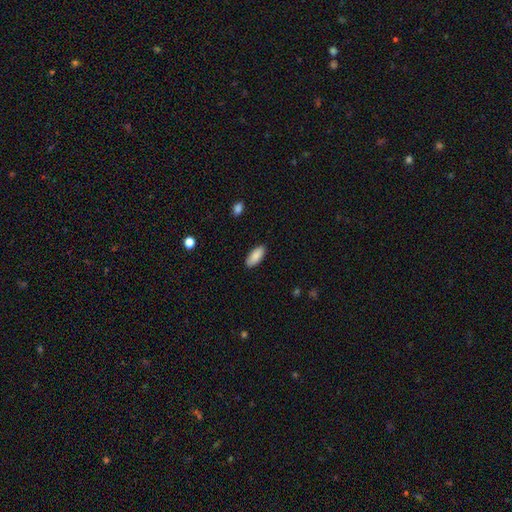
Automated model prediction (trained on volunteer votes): Smooth or featured? smooth (88%)
How rounded? in between (86%)
Merging? none (88%)